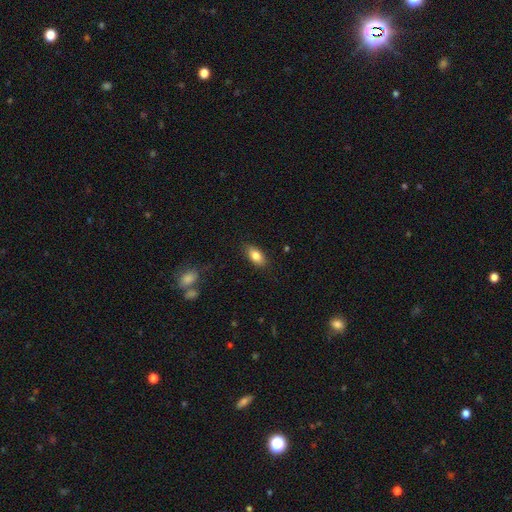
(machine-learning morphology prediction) Overall: smooth (83%). How rounded: in between (88%). Merging: none (85%).